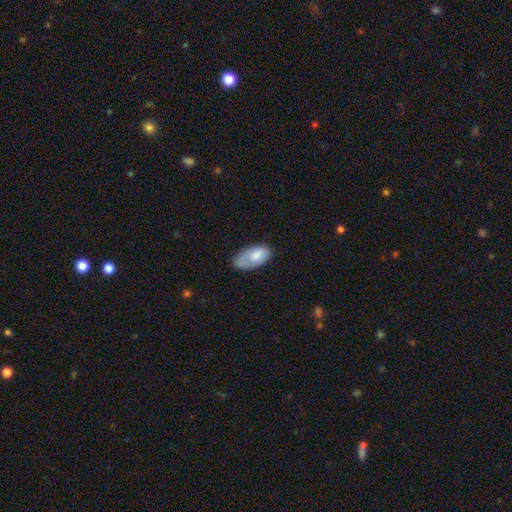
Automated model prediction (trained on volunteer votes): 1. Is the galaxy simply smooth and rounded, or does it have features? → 78% smooth, 16% featured or disk, 6% star or artifact.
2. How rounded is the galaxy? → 94% in between, 3% cigar-shaped, 3% round.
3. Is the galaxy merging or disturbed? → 52% none, 34% minor disturbance, 11% major disturbance, 3% merger.